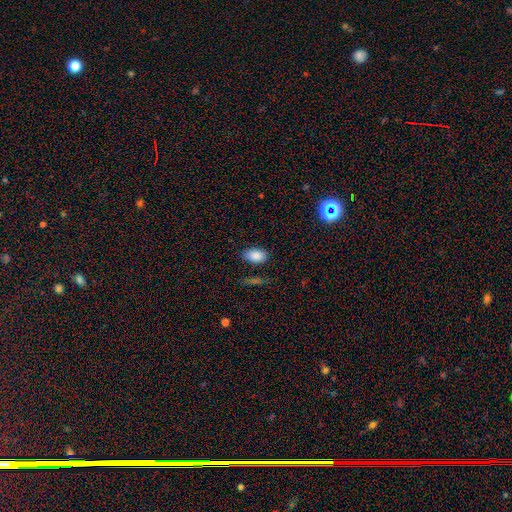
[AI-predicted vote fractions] smooth_or_featured: smooth (p=0.86) [alt: star or artifact p=0.09]
how_rounded: in between (p=0.92) [alt: round p=0.06]
merging: none (p=0.80) [alt: minor disturbance p=0.14]